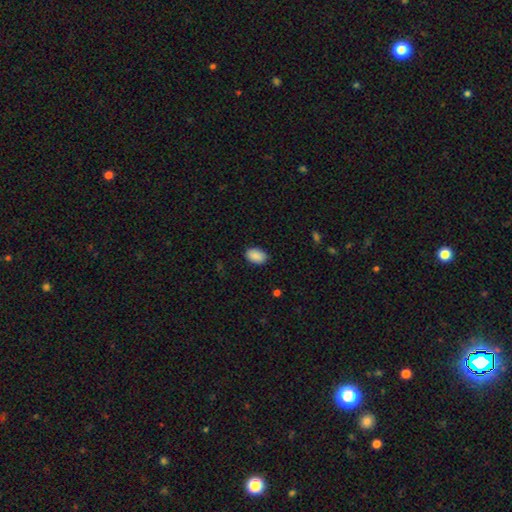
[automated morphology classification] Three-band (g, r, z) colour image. It shows a smooth galaxy with no disk features (90%) that is in between round and cigar-shaped (88%). Merging: none (87%).